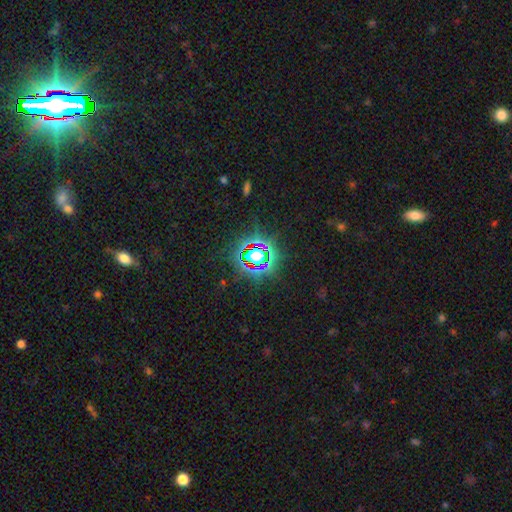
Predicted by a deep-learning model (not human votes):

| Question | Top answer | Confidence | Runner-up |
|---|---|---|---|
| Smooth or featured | star or artifact | 76% | smooth (14%) |